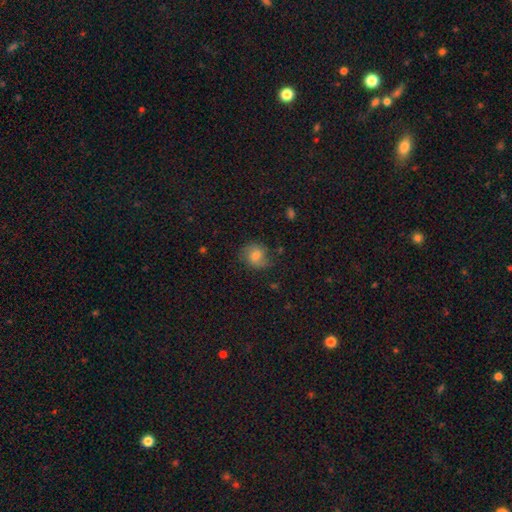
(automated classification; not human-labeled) The model was most divided on "smooth or featured": smooth: 66%, featured or disk: 23%, star or artifact: 11%. More confident: how rounded — round (73%); merging — none (70%).